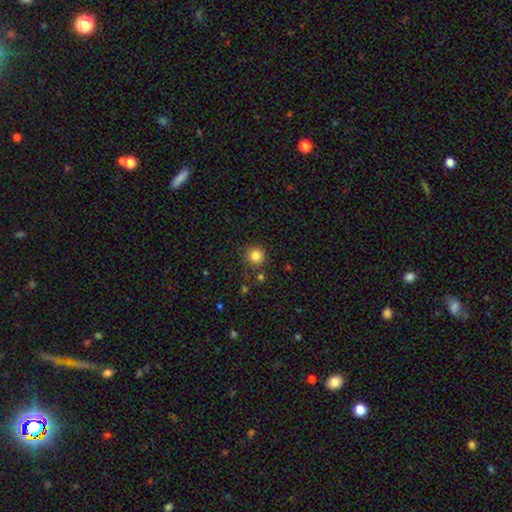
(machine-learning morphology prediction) Q: Smooth or featured?
A: smooth (84%); runner-up: star or artifact (12%)
Q: How rounded?
A: round (94%); runner-up: in between (5%)
Q: Merging?
A: none (84%); runner-up: minor disturbance (9%)